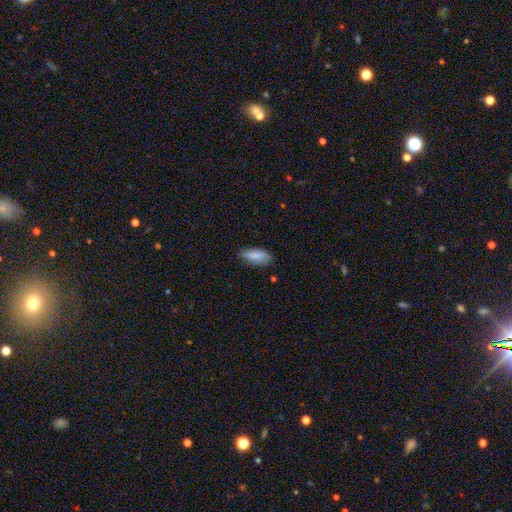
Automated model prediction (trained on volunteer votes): A smooth galaxy with no disk features (81%) that is in between round and cigar-shaped (76%).

Vote fractions:
- Smooth or featured? smooth: 81% / featured or disk: 13% / star or artifact: 7%
- How rounded? in between: 76% / cigar-shaped: 22% / round: 2%
- Merging? none: 73% / minor disturbance: 22% / major disturbance: 4% / merger: 2%